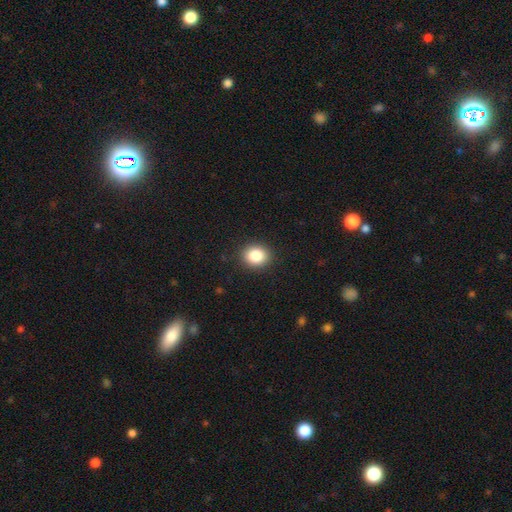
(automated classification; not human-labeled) The model was most divided on "how rounded": round: 65%, in between: 34%, cigar-shaped: 1%. More confident: merging — none (89%); smooth or featured — smooth (85%).